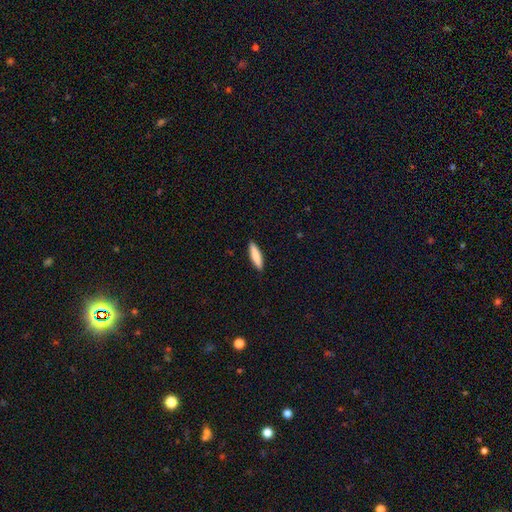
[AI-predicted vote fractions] The model was most divided on "how rounded": cigar-shaped: 72%, in between: 26%, round: 2%. More confident: merging — none (91%); smooth or featured — smooth (82%).